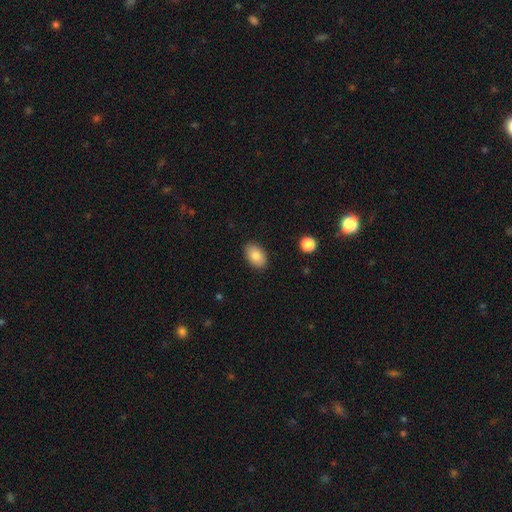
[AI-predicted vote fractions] Morphology: type=smooth (83%); roundness=in between (90%); merging=none (88%).